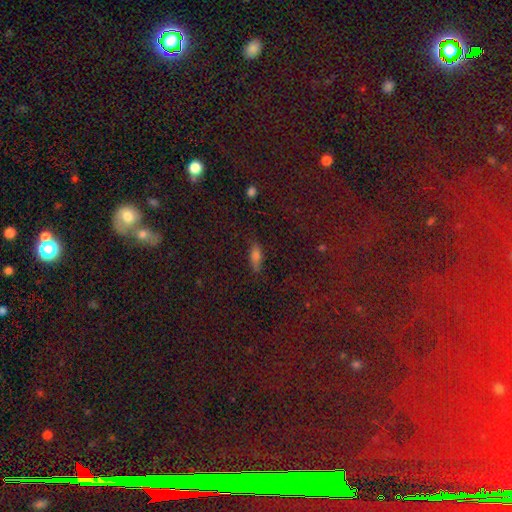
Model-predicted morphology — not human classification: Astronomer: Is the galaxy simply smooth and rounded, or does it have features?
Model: smooth — 53%.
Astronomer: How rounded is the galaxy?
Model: in between — 62%.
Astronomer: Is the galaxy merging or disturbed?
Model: none — 80%.